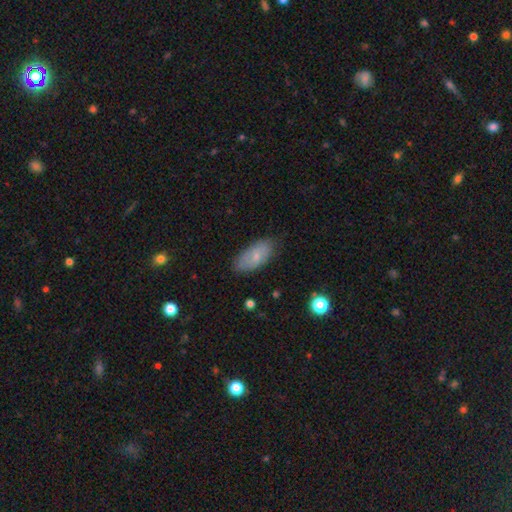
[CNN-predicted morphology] A smooth galaxy with no disk features (71%) that is in between round and cigar-shaped (90%). Merging: none (76%).